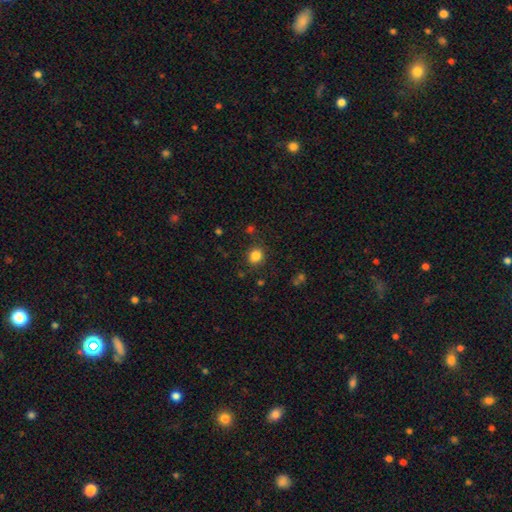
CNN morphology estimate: A smooth galaxy with no disk features (83%) that is round (82%). Merging: none (85%).